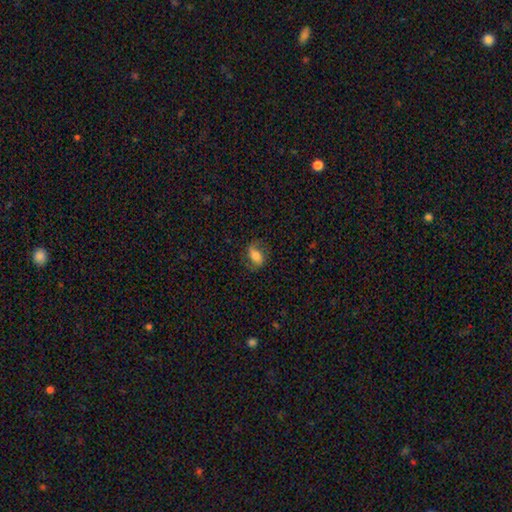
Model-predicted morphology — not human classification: Smooth or featured?
  - smooth: 59% *
  - featured or disk: 32%
  - star or artifact: 9%
How rounded?
  - in between: 80% *
  - round: 14%
  - cigar-shaped: 6%
Merging?
  - none: 72% *
  - minor disturbance: 18%
  - major disturbance: 8%
  - merger: 1%